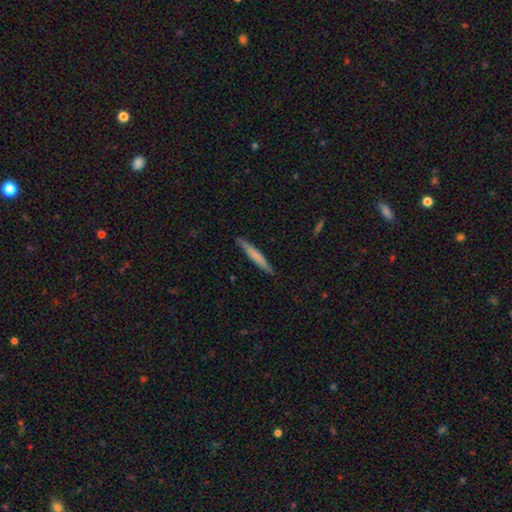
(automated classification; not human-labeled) Smooth or featured? Predicted: smooth (p=0.66). How rounded? Predicted: cigar-shaped (p=0.96). Merging? Predicted: none (p=0.87).